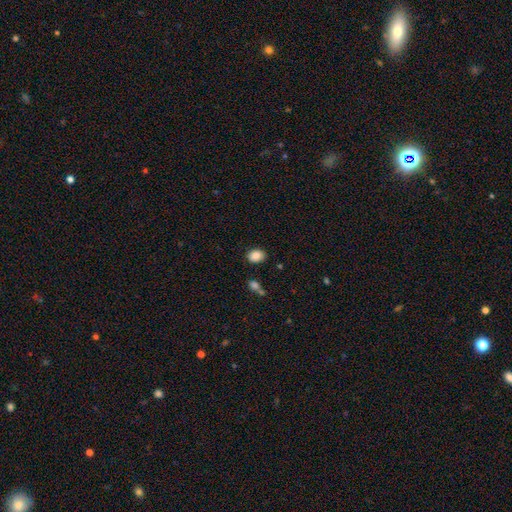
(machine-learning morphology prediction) The model was most divided on "how rounded": in between: 62%, round: 37%, cigar-shaped: 1%. More confident: smooth or featured — smooth (88%); merging — none (82%).